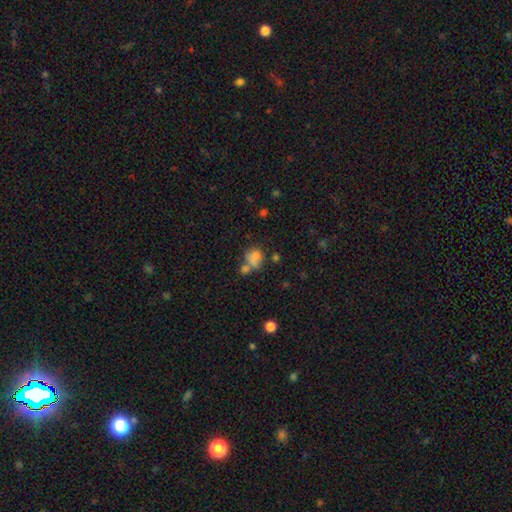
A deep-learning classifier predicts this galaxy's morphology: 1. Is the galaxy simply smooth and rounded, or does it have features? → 73% smooth, 14% featured or disk, 13% star or artifact.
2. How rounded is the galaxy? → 53% round, 45% in between, 2% cigar-shaped.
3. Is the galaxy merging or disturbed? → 43% merger, 32% none, 15% minor disturbance, 10% major disturbance.